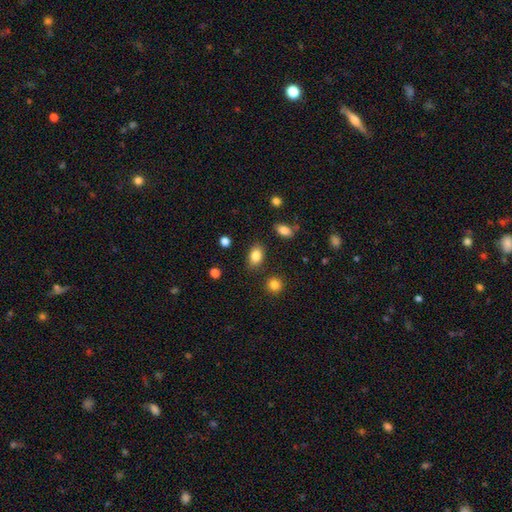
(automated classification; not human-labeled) Smooth or featured: smooth — 84% (star or artifact — 9%)
How rounded: in between — 83% (round — 16%)
Merging: none — 84% (minor disturbance — 11%)